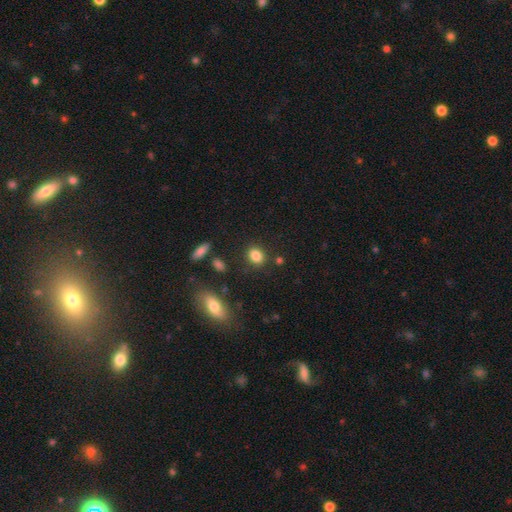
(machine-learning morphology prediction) type=smooth (84%); roundness=in between (51%); merging=none (83%).